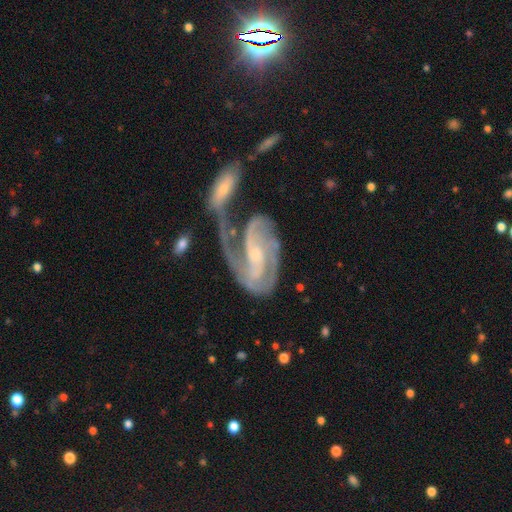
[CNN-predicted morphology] The model was most divided on "spiral winding": medium: 45%, tight: 40%, loose: 14%. Remaining: spiral arms — yes (97%); edge-on disk — no (97%); smooth or featured — featured or disk (89%); spiral arm count — 2 (62%); bulge size — small (58%); bar — weak (43%); merging — merger (42%).